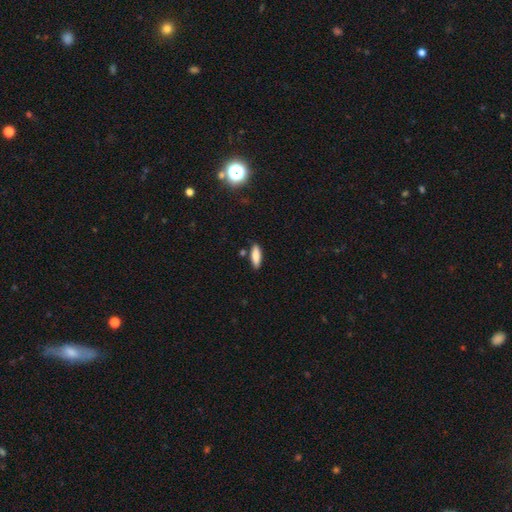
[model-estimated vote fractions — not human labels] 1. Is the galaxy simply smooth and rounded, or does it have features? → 83% smooth, 10% featured or disk, 7% star or artifact.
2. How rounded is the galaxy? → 50% in between, 48% cigar-shaped, 2% round.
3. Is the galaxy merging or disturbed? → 83% none, 11% minor disturbance, 4% merger, 2% major disturbance.